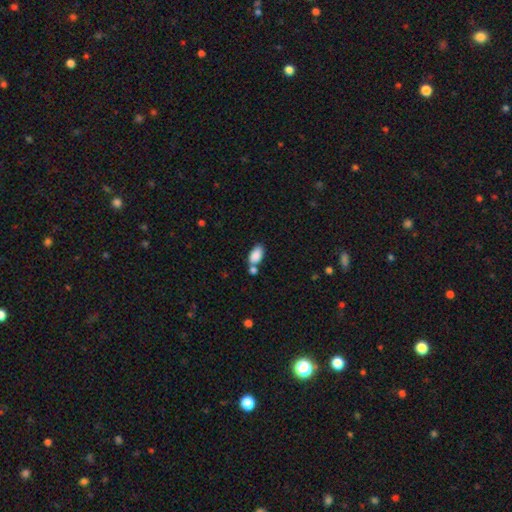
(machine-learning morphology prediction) Q: Smooth or featured?
A: smooth (87%); runner-up: star or artifact (8%)
Q: How rounded?
A: in between (94%); runner-up: round (4%)
Q: Merging?
A: none (56%); runner-up: merger (27%)